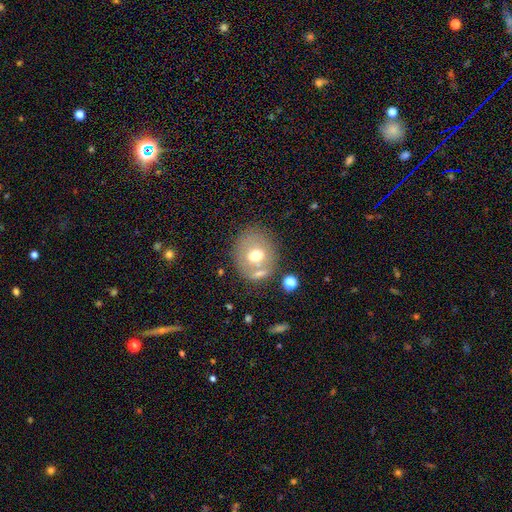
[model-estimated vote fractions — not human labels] Smooth or featured? smooth (60%)
How rounded? round (76%)
Merging? none (64%)